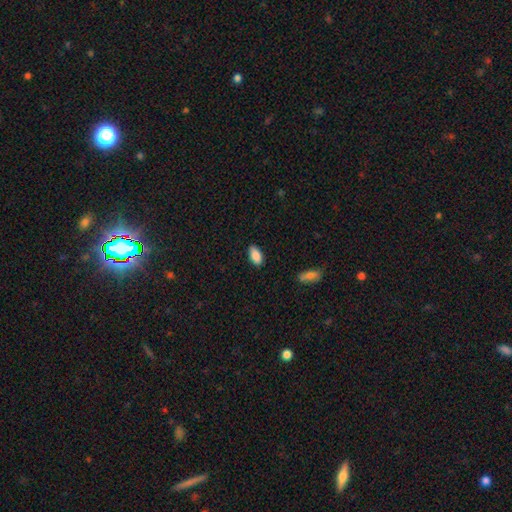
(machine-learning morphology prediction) smooth_or_featured: smooth (p=0.88) [alt: star or artifact p=0.07]
how_rounded: in between (p=0.91) [alt: cigar-shaped p=0.07]
merging: none (p=0.84) [alt: minor disturbance p=0.13]